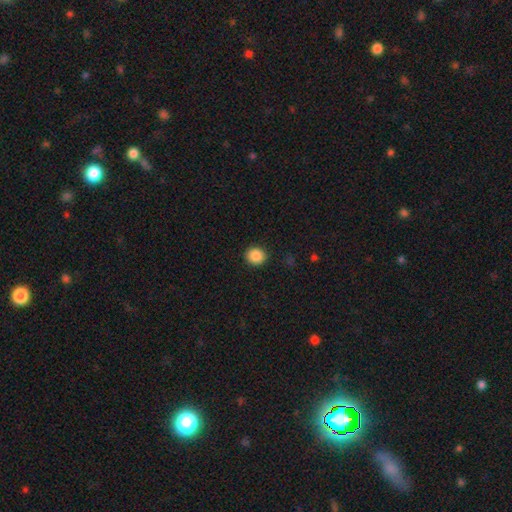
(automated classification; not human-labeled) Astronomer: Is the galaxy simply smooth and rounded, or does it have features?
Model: smooth — 88%.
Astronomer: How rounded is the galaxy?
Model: round — 84%.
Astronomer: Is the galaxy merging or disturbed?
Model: none — 91%.